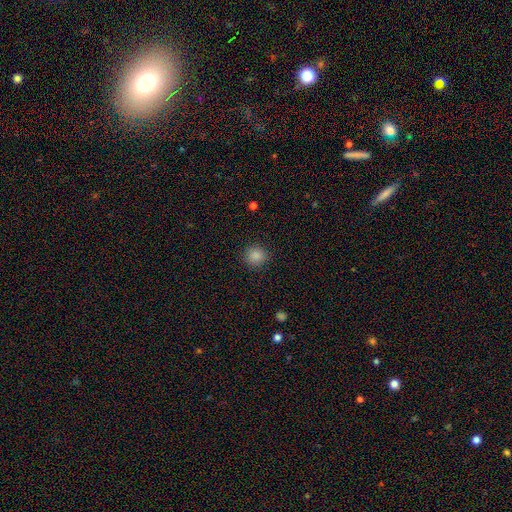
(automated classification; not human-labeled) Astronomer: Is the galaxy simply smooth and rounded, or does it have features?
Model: smooth — 86%.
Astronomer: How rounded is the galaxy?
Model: round — 89%.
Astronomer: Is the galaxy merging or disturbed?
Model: none — 89%.